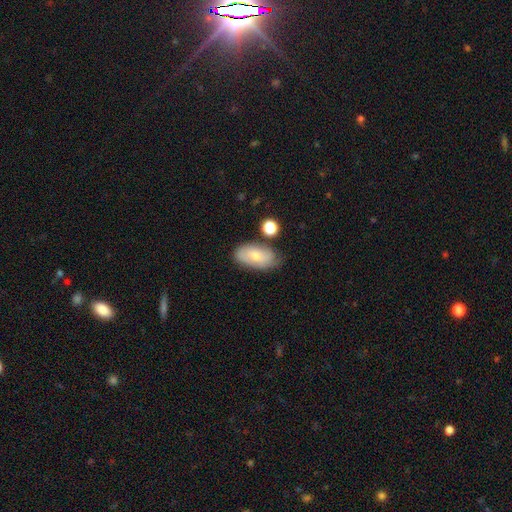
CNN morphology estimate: Smooth or featured? Predicted: smooth (p=0.67). How rounded? Predicted: in between (p=0.92). Merging? Predicted: none (p=0.65).